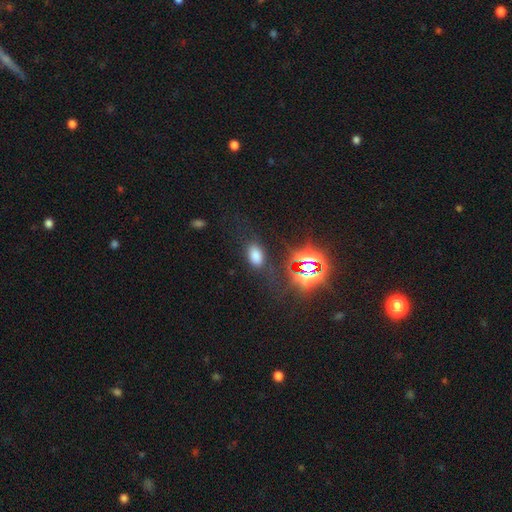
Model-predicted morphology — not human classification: Smooth or featured? smooth (68%)
How rounded? in between (91%)
Merging? none (80%)